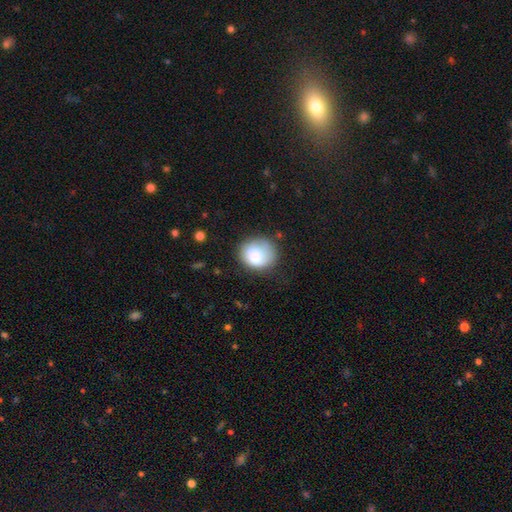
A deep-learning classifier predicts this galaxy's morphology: A smooth galaxy with no disk features (79%) that is round (76%). Merging: none (61%).